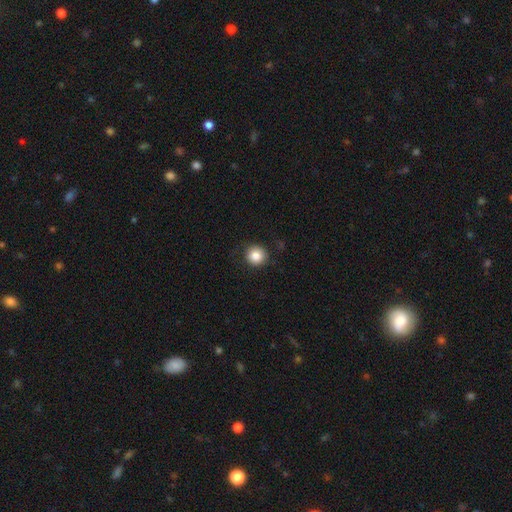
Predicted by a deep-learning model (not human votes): Q: Smooth or featured?
A: smooth (86%); runner-up: star or artifact (9%)
Q: How rounded?
A: round (93%); runner-up: in between (6%)
Q: Merging?
A: none (87%); runner-up: minor disturbance (9%)